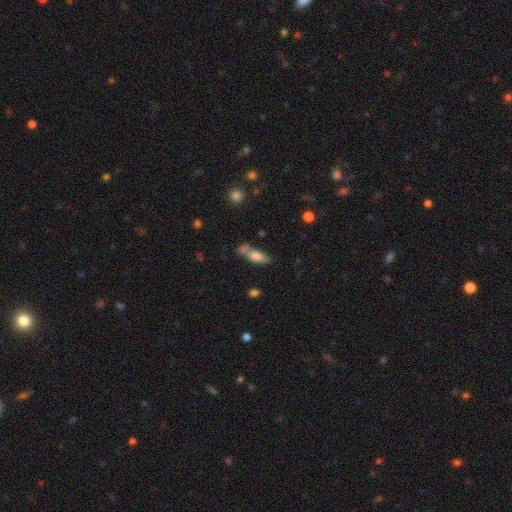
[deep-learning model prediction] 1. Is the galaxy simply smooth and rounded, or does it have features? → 74% smooth, 18% featured or disk, 8% star or artifact.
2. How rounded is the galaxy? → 61% in between, 36% cigar-shaped, 3% round.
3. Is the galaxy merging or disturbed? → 47% none, 29% merger, 17% minor disturbance, 7% major disturbance.